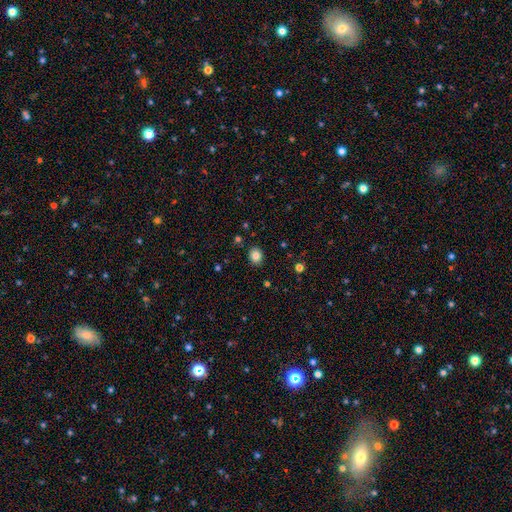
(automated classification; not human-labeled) Q: Smooth or featured?
A: smooth (83%); runner-up: star or artifact (11%)
Q: How rounded?
A: round (64%); runner-up: in between (35%)
Q: Merging?
A: none (89%); runner-up: minor disturbance (7%)